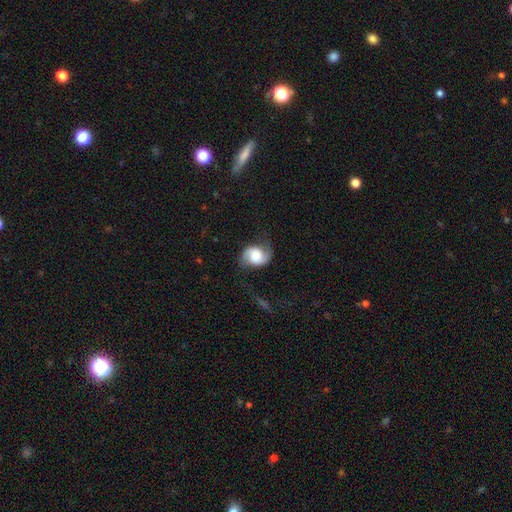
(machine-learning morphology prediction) A featured or disk galaxy (67%) with no bar (62%), 2 (91%) loose (52%) spiral arms (93%) and a large central bulge (44%). Merging: none (65%).